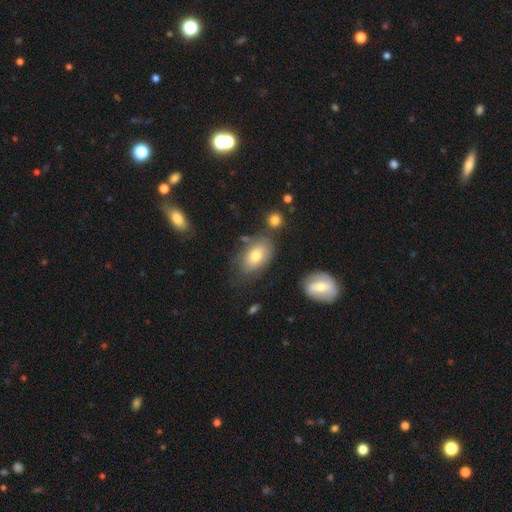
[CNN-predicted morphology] type=smooth (69%); roundness=in between (90%); merging=none (64%).